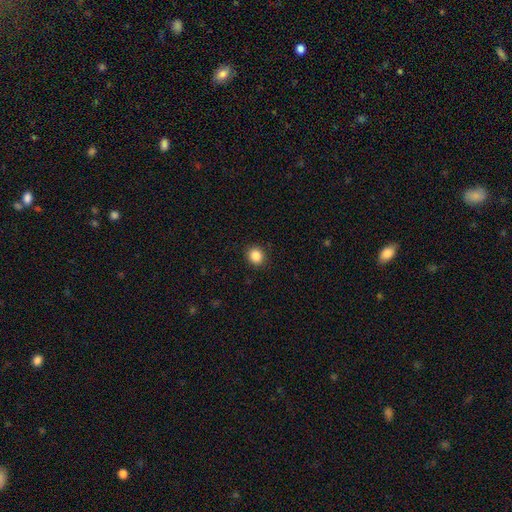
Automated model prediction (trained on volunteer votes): Overall: smooth (87%). How rounded: round (74%). Merging: none (90%).